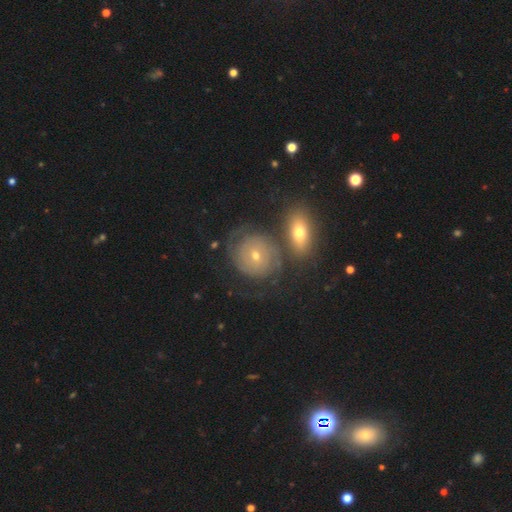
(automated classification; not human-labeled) featured or disk 66%, smooth 24%, star or artifact 10%. Down the decision tree: edge-on disk — no (96%); bar — no (81%); spiral arms — yes (79%); spiral arm count — can't tell (42%); spiral winding — tight (74%); bulge size — small (61%); merging — none (61%).